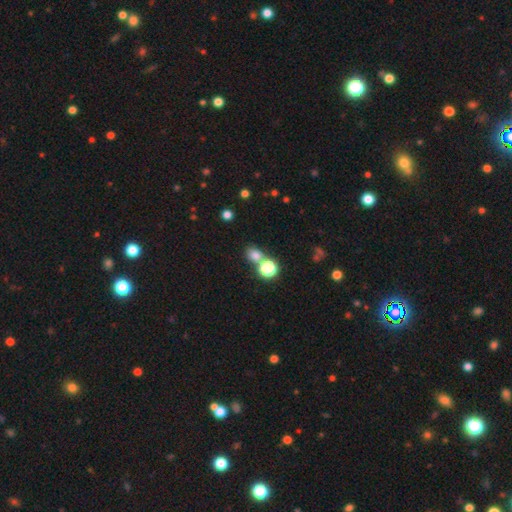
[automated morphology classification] type=smooth (71%); roundness=round (67%); merging=none (61%).